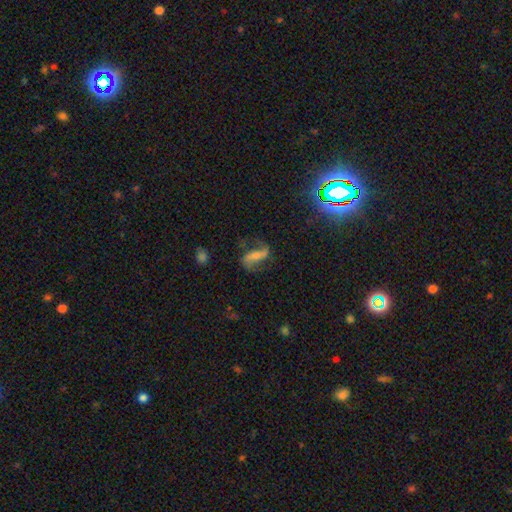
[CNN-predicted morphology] This is likely a featured or disk galaxy (71%). It is clearly not viewed edge-on (94%). Bar: possibly strong (47%). Spiral arm pattern: clearly yes (92%). Spiral arm count: clearly 2 (90%). Spiral winding: likely loose (65%). Central bulge: marginally small (44%). Merging: likely none (70%).